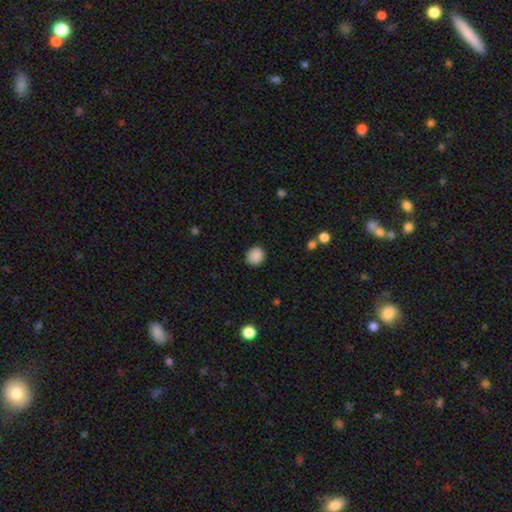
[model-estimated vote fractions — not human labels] A smooth galaxy with no disk features (89%) that is round (85%).

Vote fractions:
- Smooth or featured? smooth: 89% / star or artifact: 9% / featured or disk: 3%
- How rounded? round: 85% / in between: 14% / cigar-shaped: 1%
- Merging? none: 90% / minor disturbance: 7% / major disturbance: 2% / merger: 1%